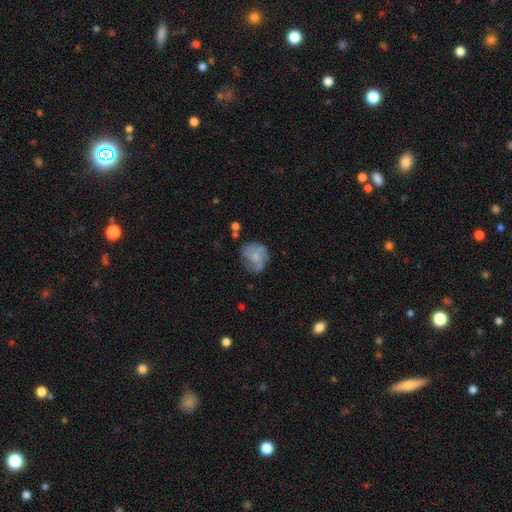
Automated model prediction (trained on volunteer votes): Smooth or featured? smooth (53%)
How rounded? round (65%)
Merging? none (53%)